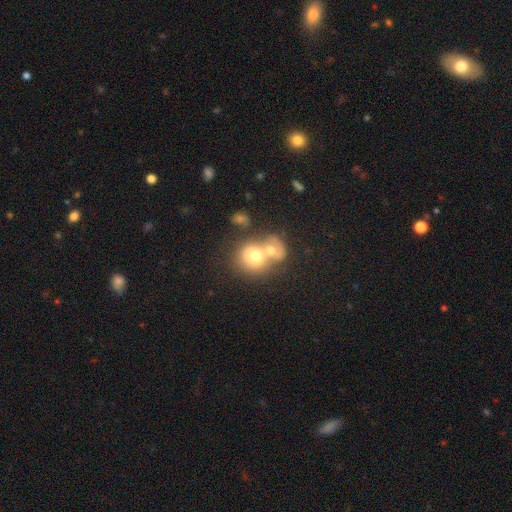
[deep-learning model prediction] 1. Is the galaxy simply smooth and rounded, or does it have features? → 66% smooth, 23% featured or disk, 10% star or artifact.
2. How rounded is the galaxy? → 71% round, 28% in between, 1% cigar-shaped.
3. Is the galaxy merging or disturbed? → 67% merger, 22% none, 7% minor disturbance, 4% major disturbance.